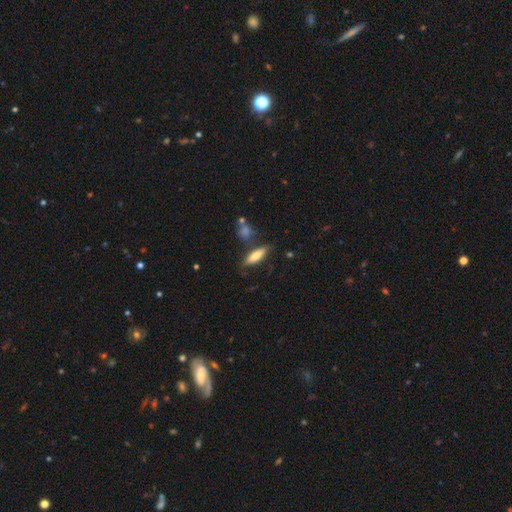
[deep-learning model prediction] A smooth galaxy with no disk features (72%) that is cigar-shaped (56%).

Vote fractions:
- Smooth or featured? smooth: 72% / featured or disk: 21% / star or artifact: 7%
- How rounded? cigar-shaped: 56% / in between: 42% / round: 2%
- Merging? none: 76% / minor disturbance: 14% / merger: 6% / major disturbance: 4%